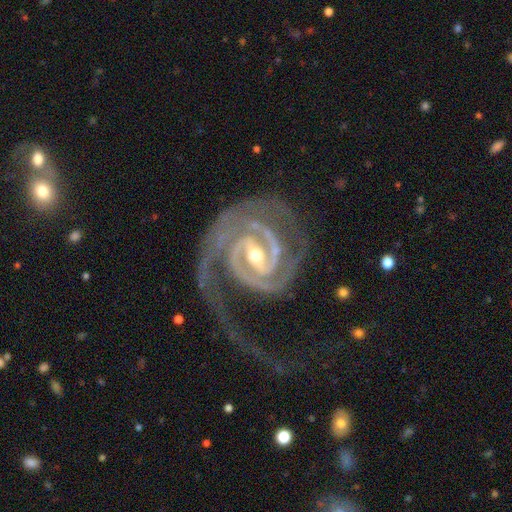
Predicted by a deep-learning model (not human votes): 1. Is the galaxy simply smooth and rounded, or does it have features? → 94% featured or disk, 4% star or artifact, 2% smooth.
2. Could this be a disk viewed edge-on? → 98% no, 2% yes.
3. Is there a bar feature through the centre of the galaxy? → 54% strong, 34% weak, 12% no.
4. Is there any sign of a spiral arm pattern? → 99% yes, 1% no.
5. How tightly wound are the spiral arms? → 61% tight, 33% medium, 6% loose.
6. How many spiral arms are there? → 65% 2, 19% 3, 5% can't tell, 4% 4, 4% 1, 3% more than 4.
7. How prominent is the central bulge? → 61% moderate, 34% small, 3% large, 1% none, 1% dominant.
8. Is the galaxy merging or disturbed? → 58% none, 20% major disturbance, 19% minor disturbance, 2% merger.